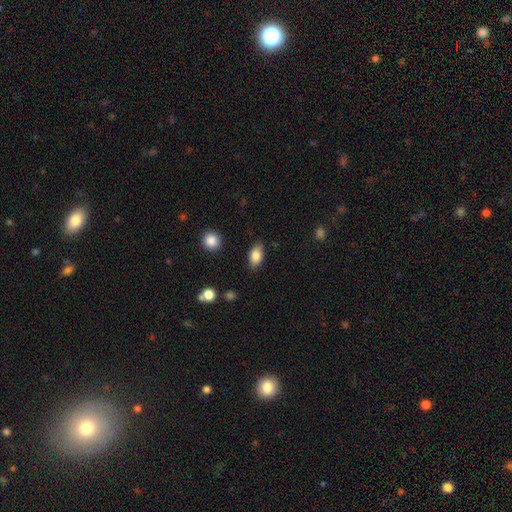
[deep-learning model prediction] Smooth or featured? Predicted: smooth (p=0.84). How rounded? Predicted: in between (p=0.88). Merging? Predicted: none (p=0.82).